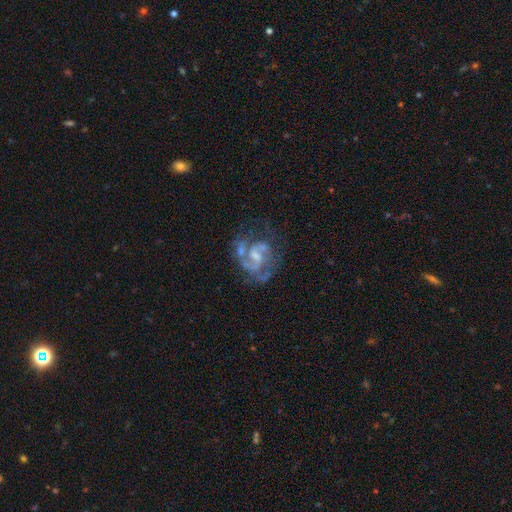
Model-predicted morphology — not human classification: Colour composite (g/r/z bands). It shows a featured or disk galaxy (83%) with a weak bar (48%), 2 (64%) medium (52%) spiral arms (87%) and a small central bulge (39%). Merging: none (45%).